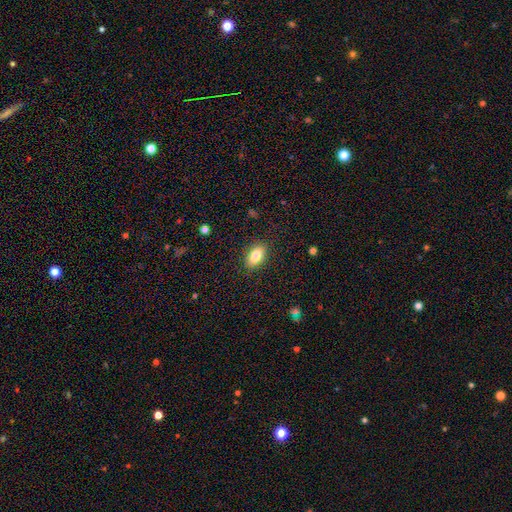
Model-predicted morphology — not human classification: Smooth or featured? smooth (82%)
How rounded? in between (90%)
Merging? none (87%)